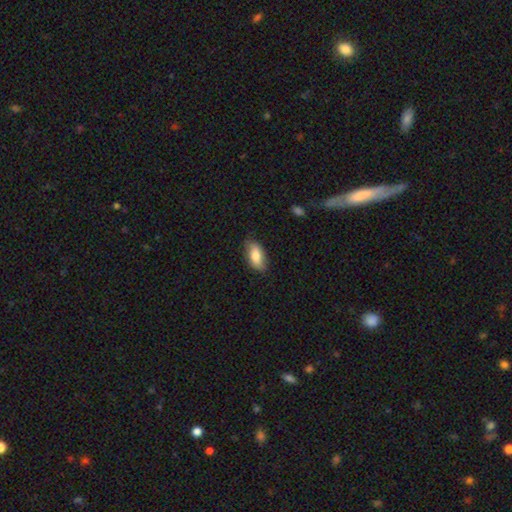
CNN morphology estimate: Overall: smooth (78%). How rounded: in between (89%). Merging: none (80%).